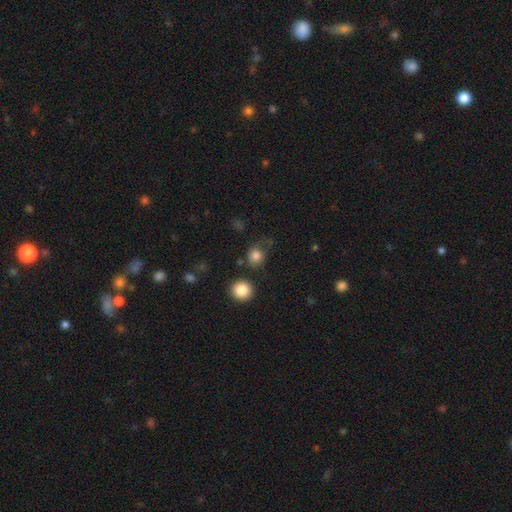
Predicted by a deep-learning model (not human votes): smooth_or_featured: smooth (p=0.81) [alt: star or artifact p=0.12]
how_rounded: round (p=0.84) [alt: in between p=0.15]
merging: none (p=0.59) [alt: minor disturbance p=0.20]